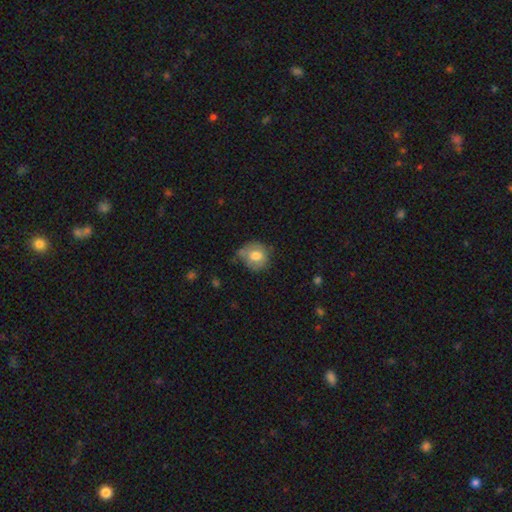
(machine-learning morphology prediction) smooth-or-featured: smooth: 72% | featured or disk: 20% | star or artifact: 8%
  how-rounded: round: 80% | in between: 19% | cigar-shaped: 1%
  merging: none: 54% | minor disturbance: 31% | major disturbance: 10% | merger: 5%